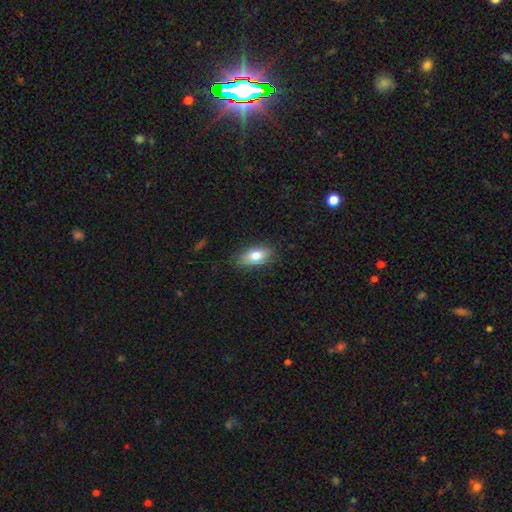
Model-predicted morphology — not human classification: Smooth or featured? Predicted: smooth (p=0.80). How rounded? Predicted: in between (p=0.87). Merging? Predicted: none (p=0.83).